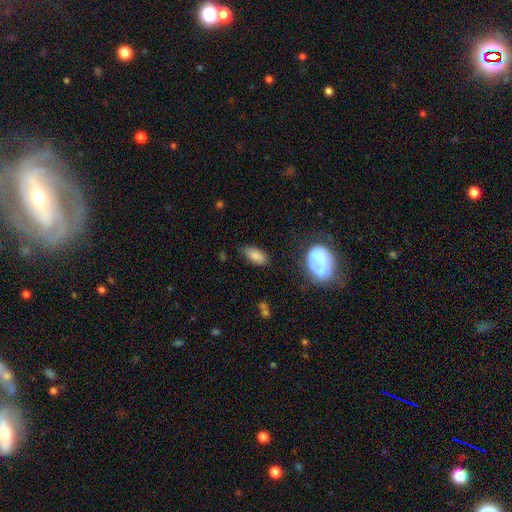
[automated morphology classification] Smooth or featured: smooth — 82% (featured or disk — 10%)
How rounded: in between — 89% (cigar-shaped — 7%)
Merging: none — 72% (minor disturbance — 20%)